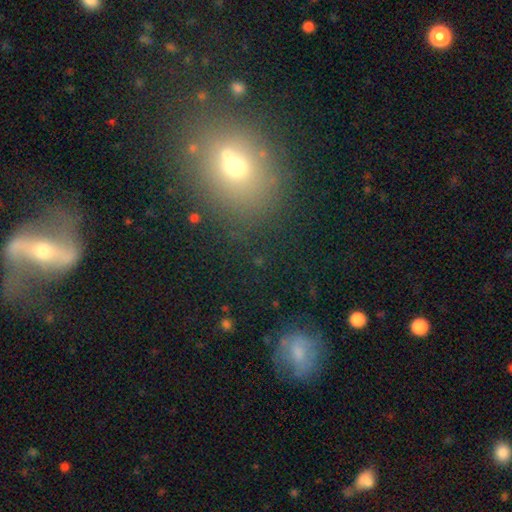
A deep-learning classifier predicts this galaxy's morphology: smooth 43%, star or artifact 30%, featured or disk 26%. Down the decision tree: merging — none (73%).